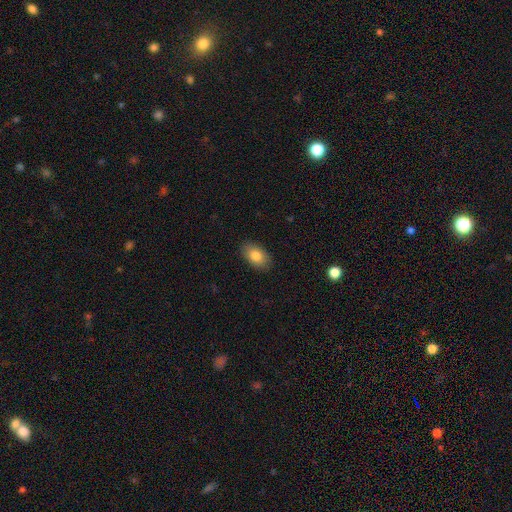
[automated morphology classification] smooth 82%, featured or disk 10%, star or artifact 7%. Down the decision tree: how rounded — in between (91%); merging — none (88%).